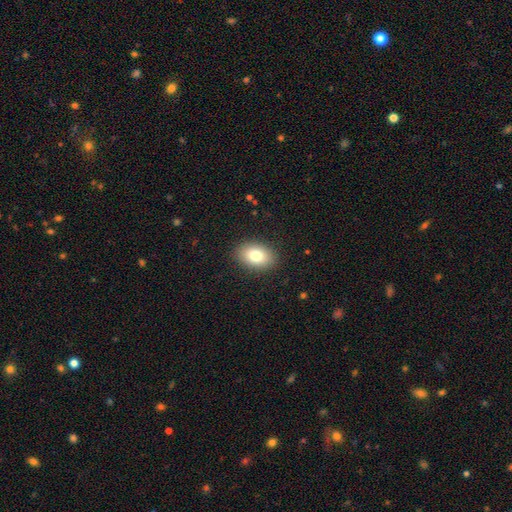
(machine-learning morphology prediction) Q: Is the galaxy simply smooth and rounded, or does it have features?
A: smooth — 80%.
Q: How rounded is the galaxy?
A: in between — 84%.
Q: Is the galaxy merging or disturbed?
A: none — 89%.